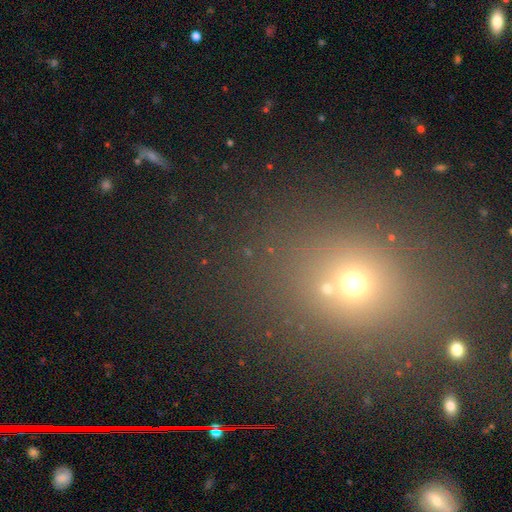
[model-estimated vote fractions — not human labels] Smooth or featured? star or artifact (48%)